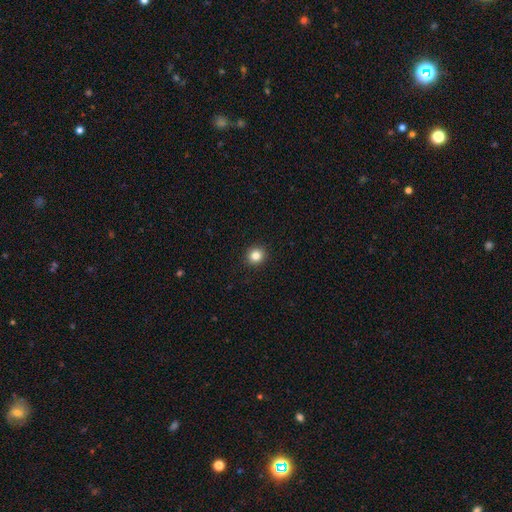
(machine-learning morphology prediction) This appears to be a smooth galaxy with no disk features (83%) that is round (88%). Merging: none (92%).